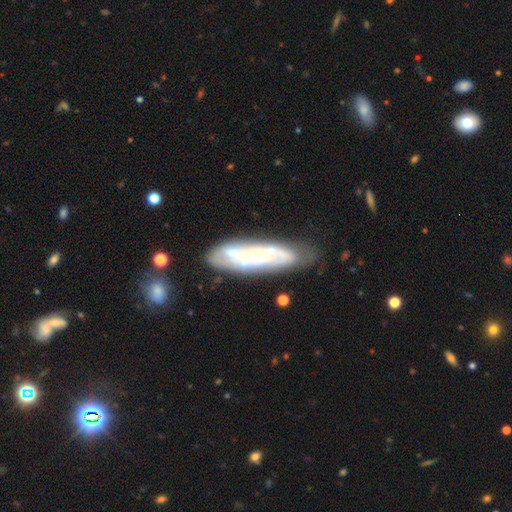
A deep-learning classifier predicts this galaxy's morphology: Q: Smooth or featured?
A: featured or disk (68%); runner-up: smooth (25%)
Q: Edge-on disk?
A: no (78%); runner-up: yes (22%)
Q: Bar?
A: no (81%); runner-up: weak (15%)
Q: Spiral arms?
A: yes (62%); runner-up: no (38%)
Q: Bulge size?
A: small (72%); runner-up: moderate (23%)
Q: Merging?
A: none (67%); runner-up: minor disturbance (19%)